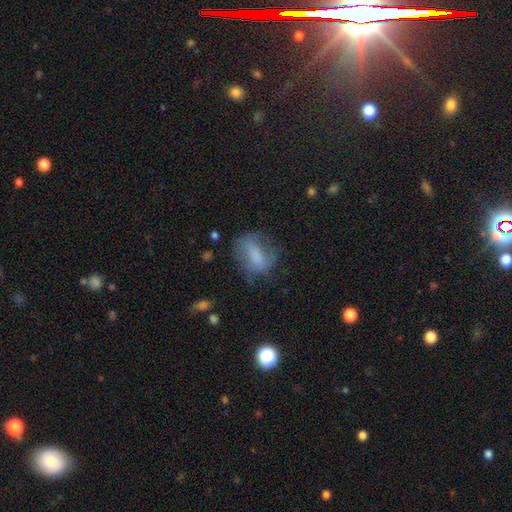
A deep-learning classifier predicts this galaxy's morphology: Overall: smooth (59%; featured or disk 30%). How rounded: in between (70%). Merging: none (55%; minor disturbance 25%).